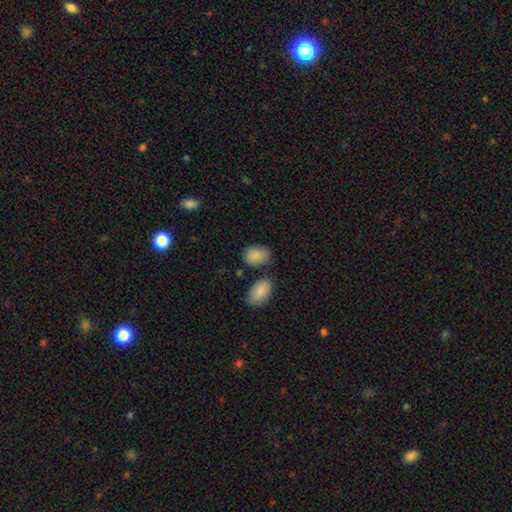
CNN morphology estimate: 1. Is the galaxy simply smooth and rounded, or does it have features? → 87% smooth, 7% star or artifact, 6% featured or disk.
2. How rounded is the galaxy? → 74% in between, 25% round, 1% cigar-shaped.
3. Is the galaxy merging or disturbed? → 68% none, 18% minor disturbance, 10% merger, 4% major disturbance.